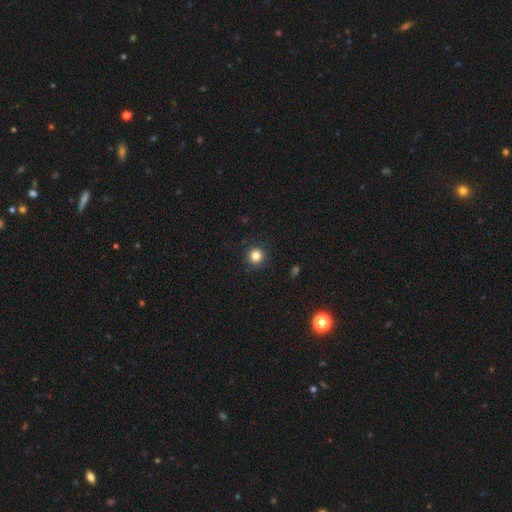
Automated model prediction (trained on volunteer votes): smooth-or-featured: smooth: 83% | star or artifact: 11% | featured or disk: 5%
  how-rounded: round: 94% | in between: 5% | cigar-shaped: 1%
  merging: none: 88% | minor disturbance: 8% | major disturbance: 3% | merger: 1%